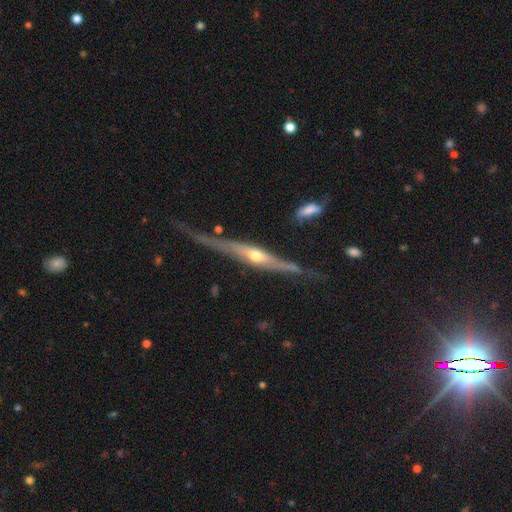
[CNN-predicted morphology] smooth_or_featured: featured or disk (p=0.78) [alt: smooth p=0.17]
disk_edge_on: yes (p=0.92) [alt: no p=0.08]
edge_on_bulge: rounded (p=0.86) [alt: none p=0.08]
merging: none (p=0.63) [alt: minor disturbance p=0.23]